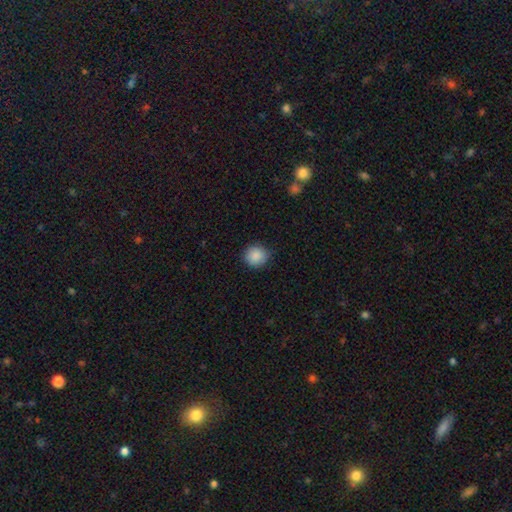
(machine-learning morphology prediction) Overall: smooth (88%). How rounded: round (90%). Merging: none (88%).